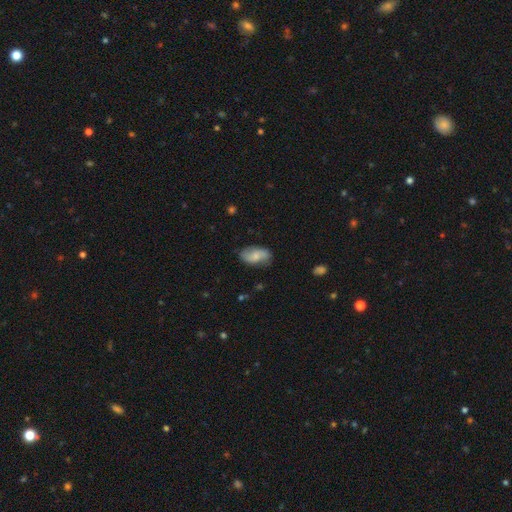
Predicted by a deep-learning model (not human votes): This appears to be a smooth galaxy with no disk features (57%) that is in between round and cigar-shaped (92%). Merging: none (72%).